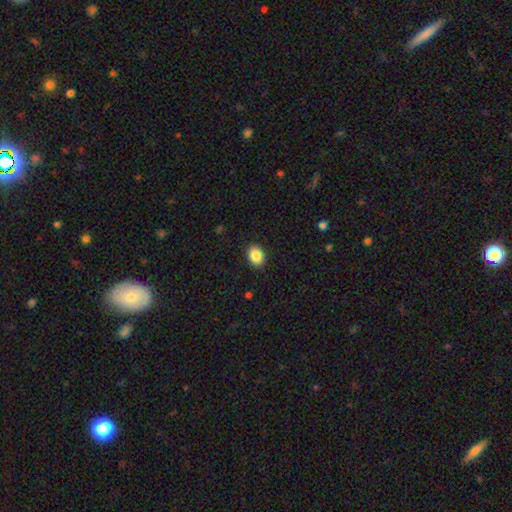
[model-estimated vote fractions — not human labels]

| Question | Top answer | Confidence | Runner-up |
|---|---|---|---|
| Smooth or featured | smooth | 88% | star or artifact (8%) |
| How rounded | in between | 60% | round (39%) |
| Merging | none | 90% | minor disturbance (7%) |